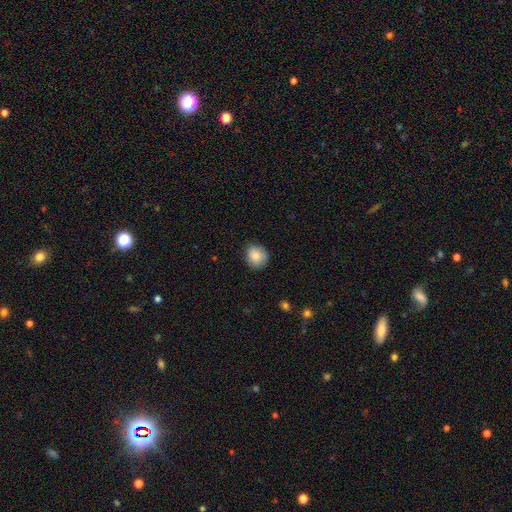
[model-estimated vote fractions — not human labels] This appears to be a smooth galaxy with no disk features (84%) that is round (79%). Merging: none (80%).